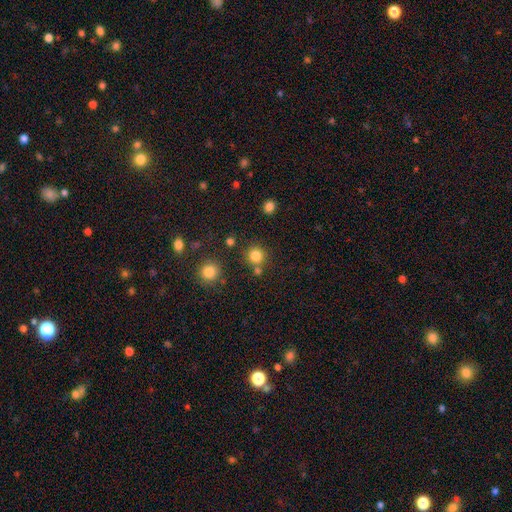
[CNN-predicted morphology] smooth-or-featured: smooth: 82% | star or artifact: 13% | featured or disk: 5%
  how-rounded: round: 92% | in between: 7% | cigar-shaped: 1%
  merging: none: 76% | merger: 12% | minor disturbance: 8% | major disturbance: 3%